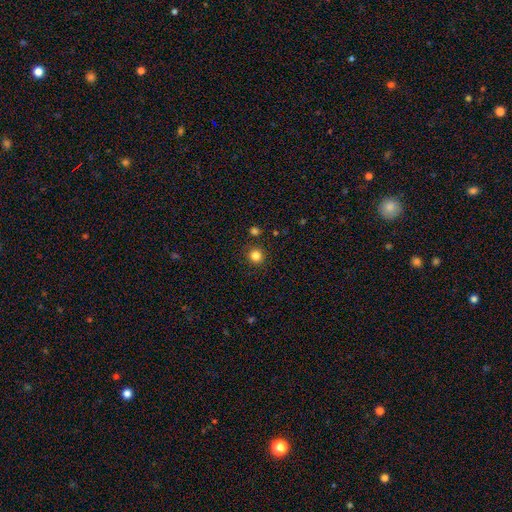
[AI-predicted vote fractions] This appears to be a smooth galaxy with no disk features (83%) that is round (92%). Merging: none (89%).